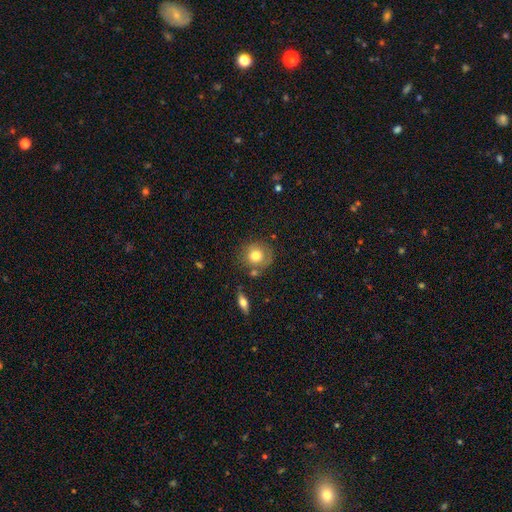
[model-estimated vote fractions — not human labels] The model was most divided on "merging": none: 71%, minor disturbance: 16%, merger: 9%, major disturbance: 5%. More confident: how rounded — round (85%); smooth or featured — smooth (74%).